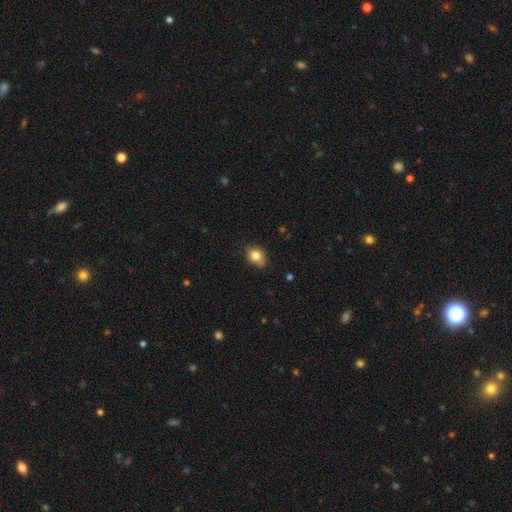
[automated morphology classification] smooth-or-featured: smooth: 80% | featured or disk: 11% | star or artifact: 10%
  how-rounded: in between: 59% | round: 40% | cigar-shaped: 1%
  merging: none: 65% | minor disturbance: 28% | major disturbance: 5% | merger: 2%